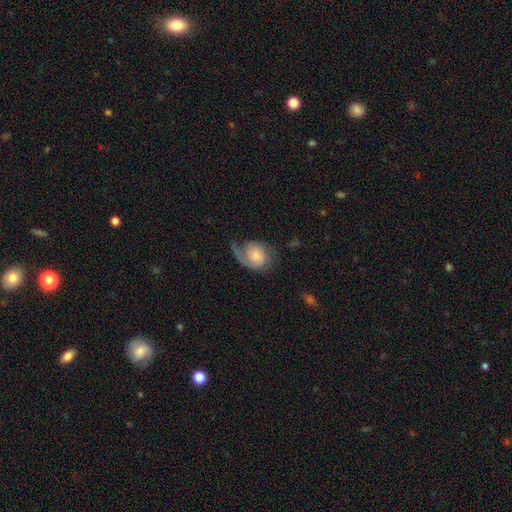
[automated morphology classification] The model was most divided on "spiral winding": medium: 38%, loose: 34%, tight: 28%. Remaining: edge-on disk — no (97%); spiral arms — yes (93%); bar — no (72%); smooth or featured — featured or disk (69%); spiral arm count — 1 (56%); merging — none (45%); bulge size — small (43%).